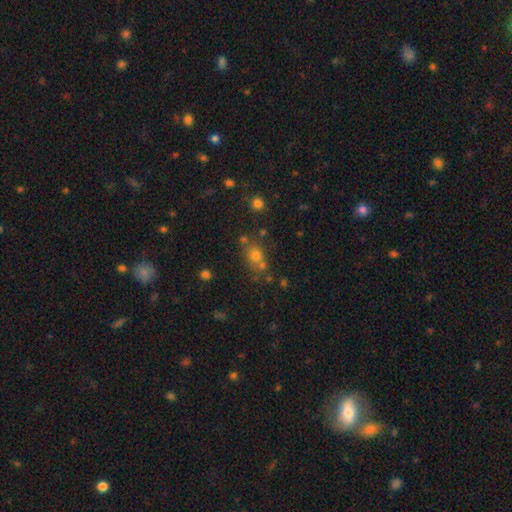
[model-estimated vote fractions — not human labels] Q: Smooth or featured?
A: smooth (64%); runner-up: star or artifact (24%)
Q: How rounded?
A: round (68%); runner-up: in between (31%)
Q: Merging?
A: none (61%); runner-up: merger (22%)